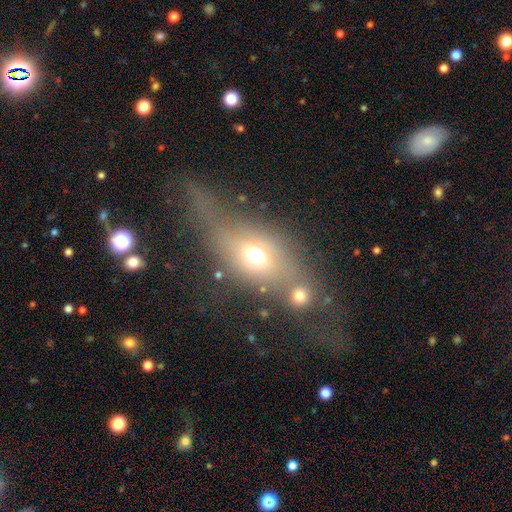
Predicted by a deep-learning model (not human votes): A smooth galaxy with no disk features (60%) that is in between round and cigar-shaped (61%). Merging: none (47%).